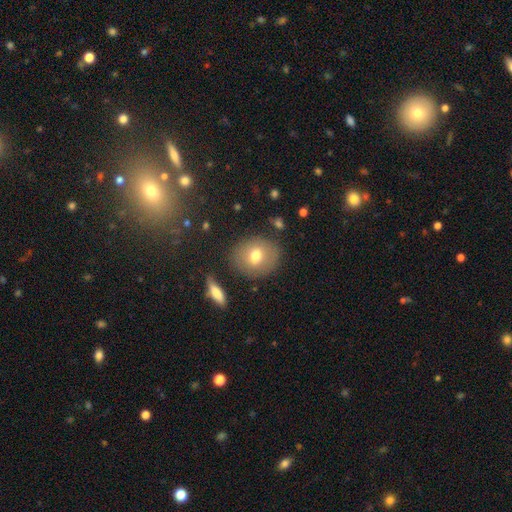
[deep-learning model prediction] Overall: smooth (70%). How rounded: round (73%). Merging: none (80%).